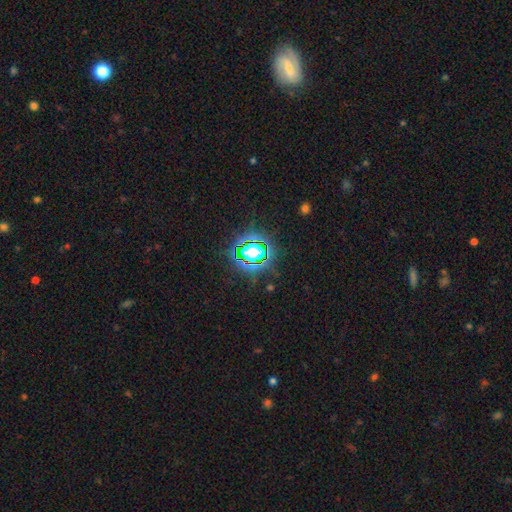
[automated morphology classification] smooth_or_featured: star or artifact (p=0.70) [alt: smooth p=0.19]